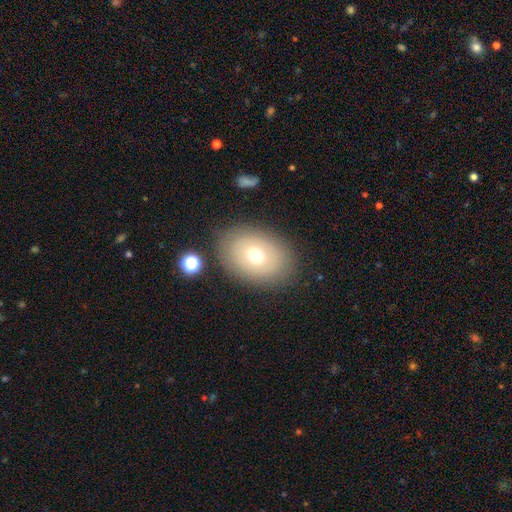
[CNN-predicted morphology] Smooth or featured? smooth (66%)
How rounded? in between (72%)
Merging? none (82%)